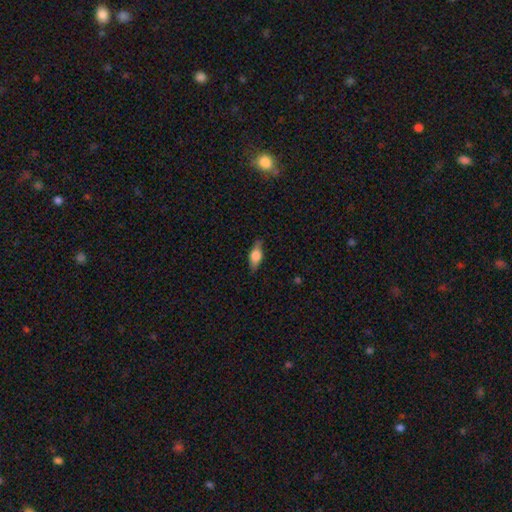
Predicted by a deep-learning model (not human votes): A smooth galaxy with no disk features (57%) that is in between round and cigar-shaped (70%). Merging: none (82%).